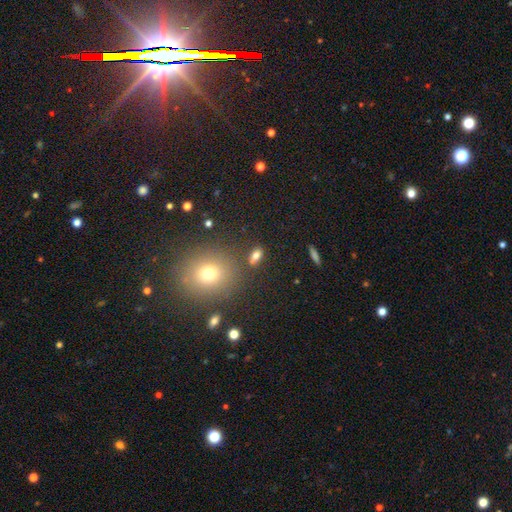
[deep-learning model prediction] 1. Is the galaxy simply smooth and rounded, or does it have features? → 77% smooth, 13% star or artifact, 9% featured or disk.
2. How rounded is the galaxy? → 79% in between, 15% round, 7% cigar-shaped.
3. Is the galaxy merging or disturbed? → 75% none, 11% minor disturbance, 9% merger, 4% major disturbance.